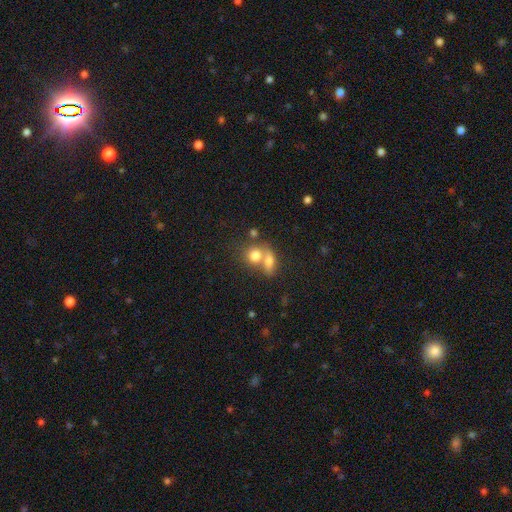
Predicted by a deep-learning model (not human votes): smooth-or-featured: smooth: 76% | featured or disk: 14% | star or artifact: 10%
  how-rounded: round: 62% | in between: 36% | cigar-shaped: 2%
  merging: merger: 61% | none: 29% | minor disturbance: 7% | major disturbance: 4%